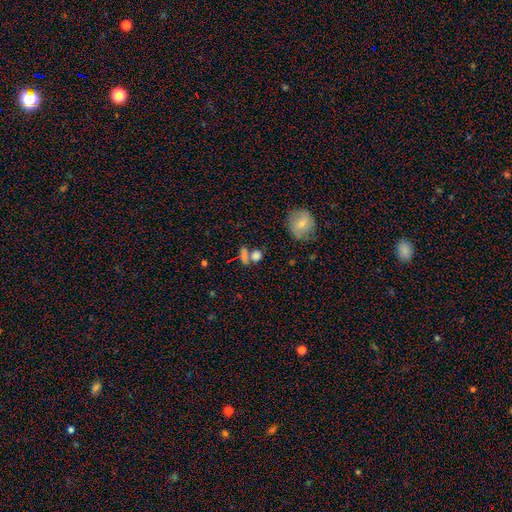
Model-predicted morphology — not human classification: Q: Smooth or featured?
A: smooth (78%); runner-up: star or artifact (12%)
Q: How rounded?
A: round (50%); runner-up: in between (41%)
Q: Merging?
A: none (51%); runner-up: merger (33%)